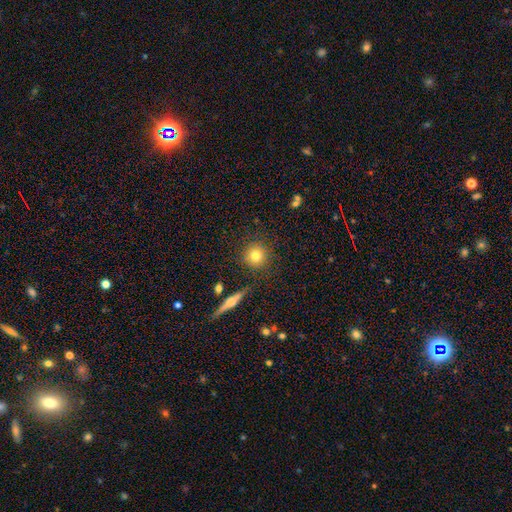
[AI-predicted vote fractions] Overall: smooth (78%). How rounded: round (93%). Merging: none (87%).